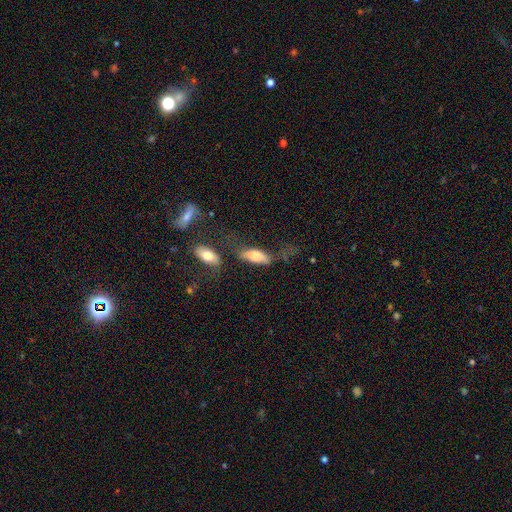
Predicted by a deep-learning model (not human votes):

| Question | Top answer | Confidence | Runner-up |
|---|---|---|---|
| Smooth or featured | smooth | 68% | featured or disk (24%) |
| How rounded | in between | 73% | cigar-shaped (24%) |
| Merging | none | 38% | minor disturbance (24%) |